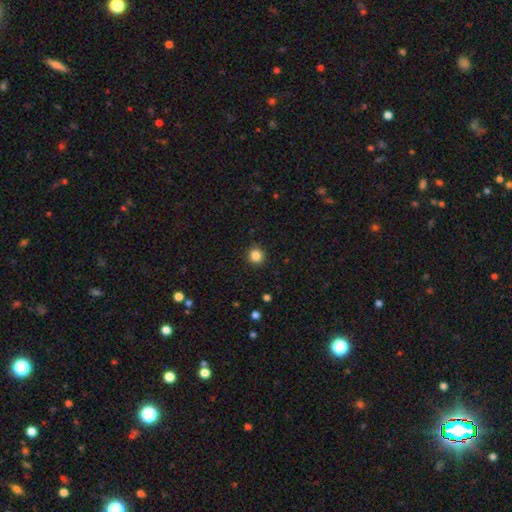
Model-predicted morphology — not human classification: type=smooth (84%); roundness=round (93%); merging=none (92%).